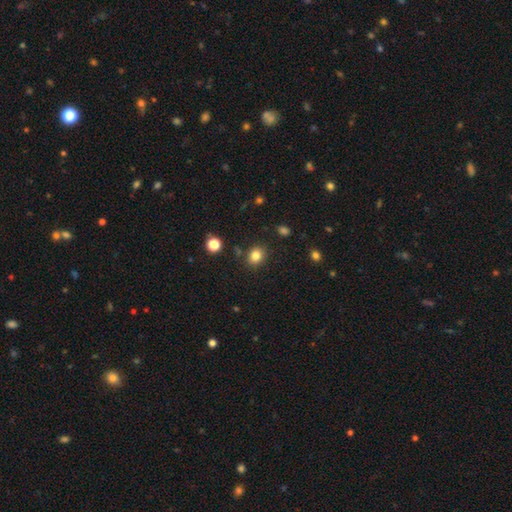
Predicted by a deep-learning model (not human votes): smooth-or-featured: smooth: 82% | star or artifact: 12% | featured or disk: 6%
  how-rounded: round: 63% | in between: 36% | cigar-shaped: 1%
  merging: none: 84% | minor disturbance: 9% | merger: 3% | major disturbance: 3%